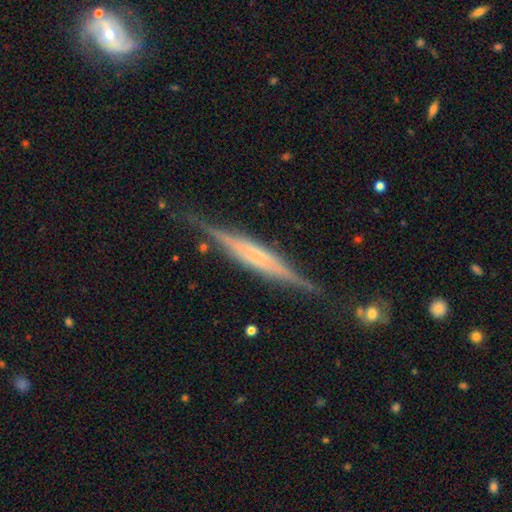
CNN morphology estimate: This appears to be a featured or disk galaxy (76%) viewed edge-on (97%) with a boxy central bulge (49%). Merging: none (81%).